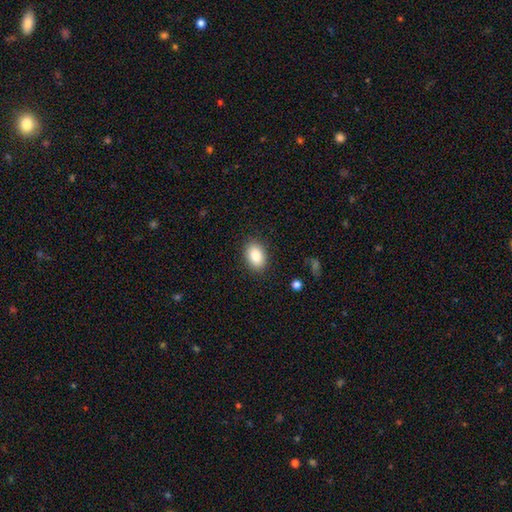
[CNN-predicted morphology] smooth_or_featured: smooth (p=0.84) [alt: featured or disk p=0.08]
how_rounded: in between (p=0.83) [alt: round p=0.16]
merging: none (p=0.88) [alt: minor disturbance p=0.09]